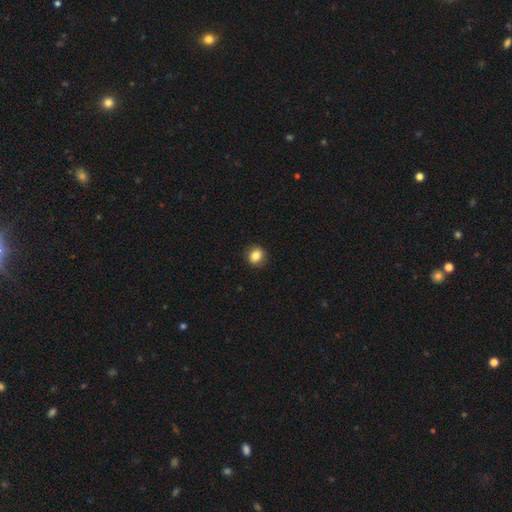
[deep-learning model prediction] The model was most divided on "how rounded": round: 81%, in between: 18%, cigar-shaped: 1%. More confident: merging — none (90%); smooth or featured — smooth (83%).